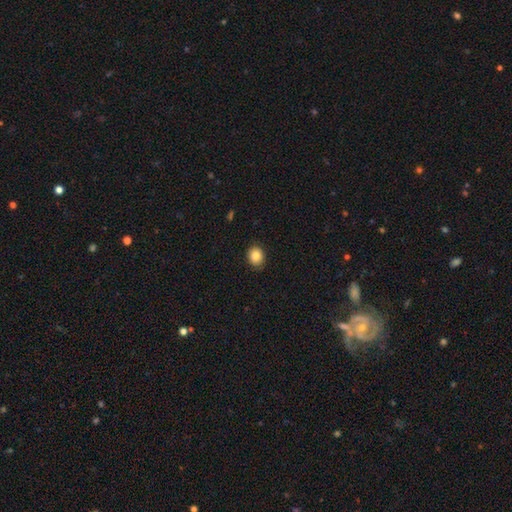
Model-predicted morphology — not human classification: Smooth or featured?
  - smooth: 86% *
  - star or artifact: 9%
  - featured or disk: 6%
How rounded?
  - round: 62% *
  - in between: 37%
  - cigar-shaped: 1%
Merging?
  - none: 86% *
  - minor disturbance: 11%
  - major disturbance: 2%
  - merger: 1%